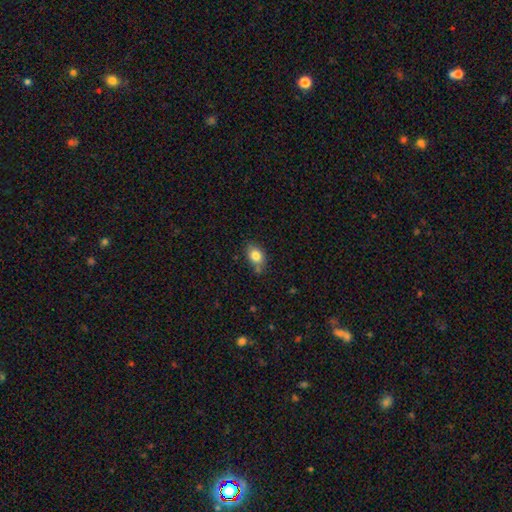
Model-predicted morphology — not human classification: This appears to be a smooth galaxy with no disk features (82%) that is in between round and cigar-shaped (74%). Merging: none (67%).